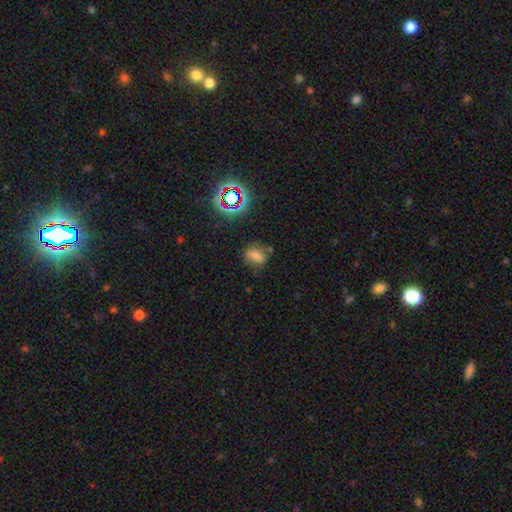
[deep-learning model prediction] smooth-or-featured: smooth: 62% | star or artifact: 21% | featured or disk: 17%
  how-rounded: in between: 66% | round: 26% | cigar-shaped: 8%
  merging: none: 67% | minor disturbance: 21% | major disturbance: 8% | merger: 4%